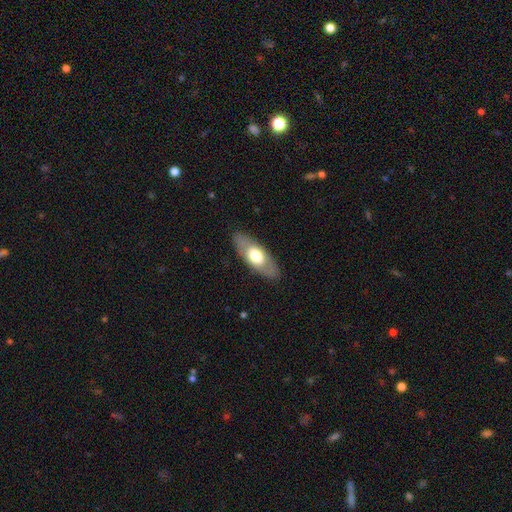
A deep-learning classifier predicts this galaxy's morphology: The model was most divided on "smooth or featured": smooth: 54%, featured or disk: 41%, star or artifact: 5%. More confident: merging — none (85%); how rounded — in between (78%).